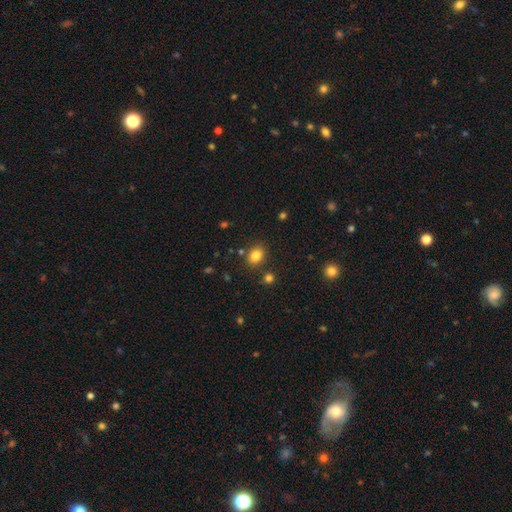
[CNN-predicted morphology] A smooth galaxy with no disk features (82%) that is in between round and cigar-shaped (59%).

Vote fractions:
- Smooth or featured? smooth: 82% / star or artifact: 11% / featured or disk: 6%
- How rounded? in between: 59% / round: 40% / cigar-shaped: 1%
- Merging? none: 81% / minor disturbance: 10% / merger: 6% / major disturbance: 3%